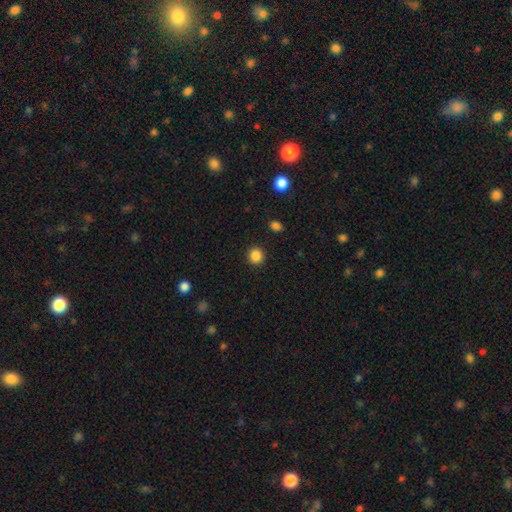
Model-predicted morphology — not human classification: Smooth or featured?
  - smooth: 87% *
  - star or artifact: 11%
  - featured or disk: 3%
How rounded?
  - round: 90% *
  - in between: 9%
  - cigar-shaped: 1%
Merging?
  - none: 92% *
  - minor disturbance: 5%
  - major disturbance: 2%
  - merger: 1%